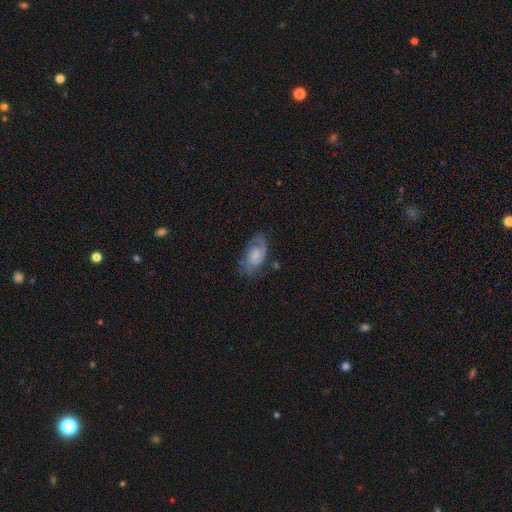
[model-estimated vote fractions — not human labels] Smooth or featured? Predicted: featured or disk (p=0.68). Edge-on disk? Predicted: no (p=0.96). Bar? Predicted: no (p=0.50). Spiral arms? Predicted: yes (p=0.91). Spiral winding? Predicted: medium (p=0.47). Spiral arm count? Predicted: 2 (p=0.69). Bulge size? Predicted: small (p=0.34). Merging? Predicted: none (p=0.64).